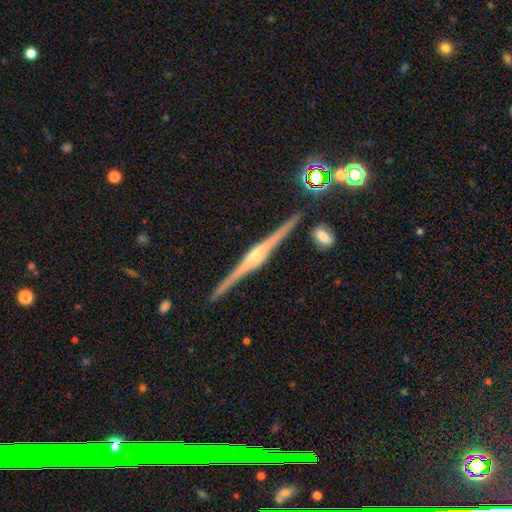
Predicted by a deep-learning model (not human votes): featured or disk 86%, smooth 7%, star or artifact 7%. Down the decision tree: edge-on disk — yes (99%); edge-on bulge — rounded (78%); merging — none (90%).